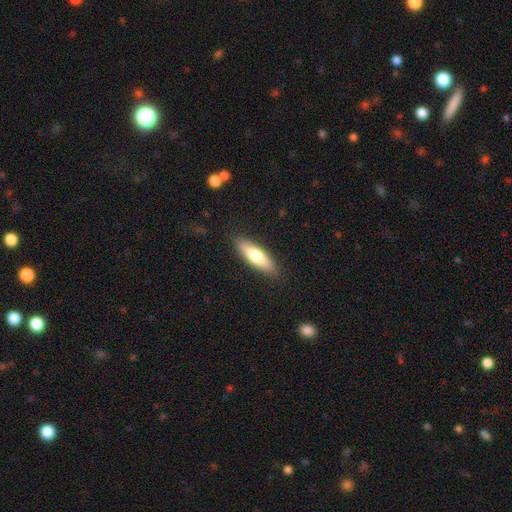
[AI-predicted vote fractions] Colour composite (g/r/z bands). It shows a smooth galaxy with no disk features (69%) that is cigar-shaped (55%). Merging: none (88%).